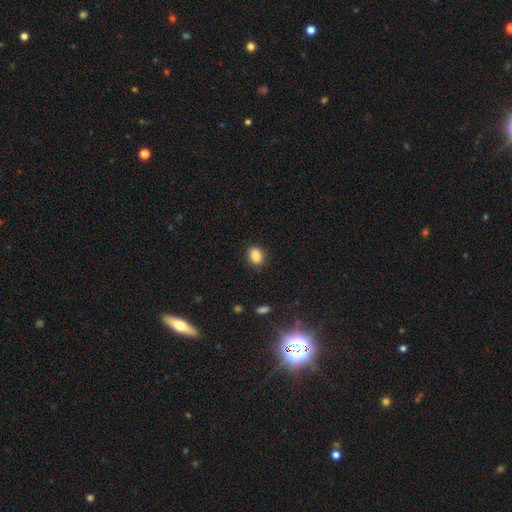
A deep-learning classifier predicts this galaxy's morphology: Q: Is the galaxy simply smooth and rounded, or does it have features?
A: smooth — 87%.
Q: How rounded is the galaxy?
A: in between — 73%.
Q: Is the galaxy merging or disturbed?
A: none — 82%.